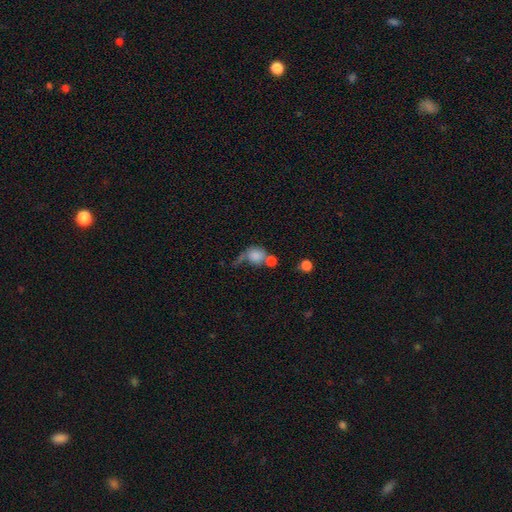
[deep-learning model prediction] Morphology: type=smooth (76%); roundness=round (70%); merging=merger (38%).